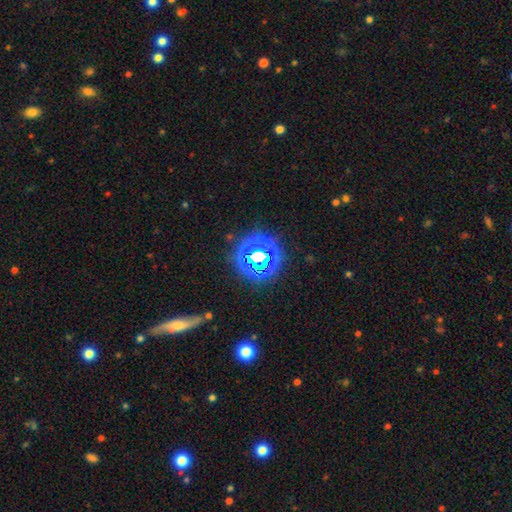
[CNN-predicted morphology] Smooth or featured?
  - star or artifact: 73% *
  - smooth: 16%
  - featured or disk: 10%